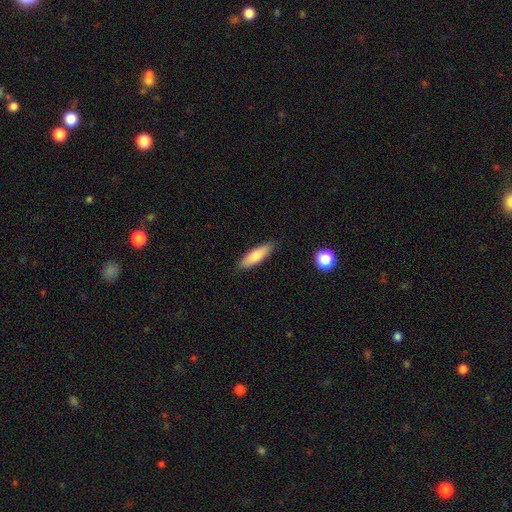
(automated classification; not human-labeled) This is likely a smooth galaxy (77%). How rounded: possibly cigar-shaped (56%). Merging: clearly none (86%).